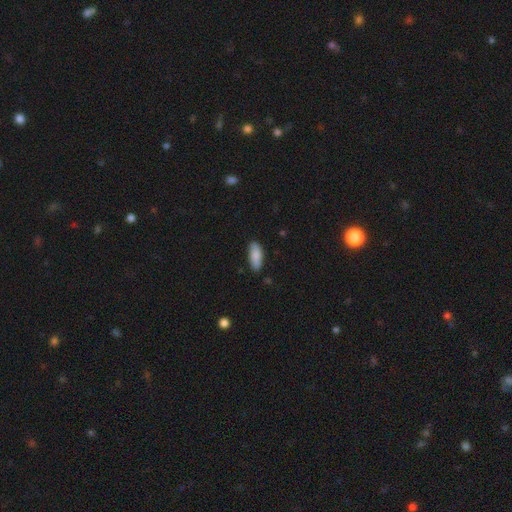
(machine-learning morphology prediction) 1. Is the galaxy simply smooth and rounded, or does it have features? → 84% smooth, 10% featured or disk, 6% star or artifact.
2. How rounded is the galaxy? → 75% in between, 23% cigar-shaped, 2% round.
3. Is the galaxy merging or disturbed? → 82% none, 15% minor disturbance, 2% major disturbance, 1% merger.